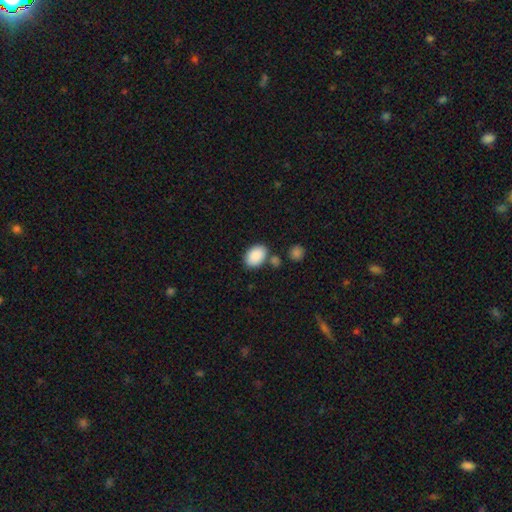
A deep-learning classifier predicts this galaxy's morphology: type=smooth (89%); roundness=in between (83%); merging=none (73%).